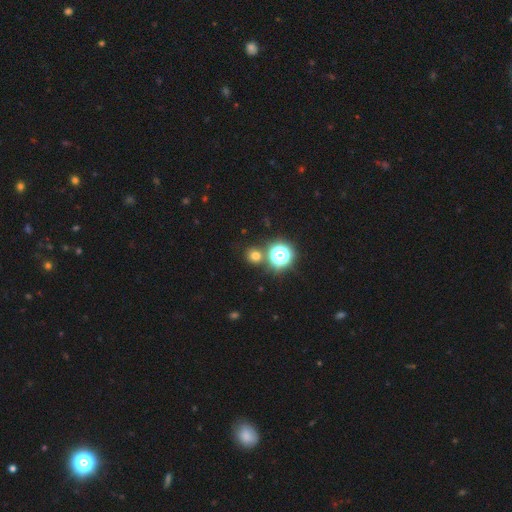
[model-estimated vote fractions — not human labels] Overall: smooth (66%; star or artifact 28%). How rounded: round (89%). Merging: none (79%).